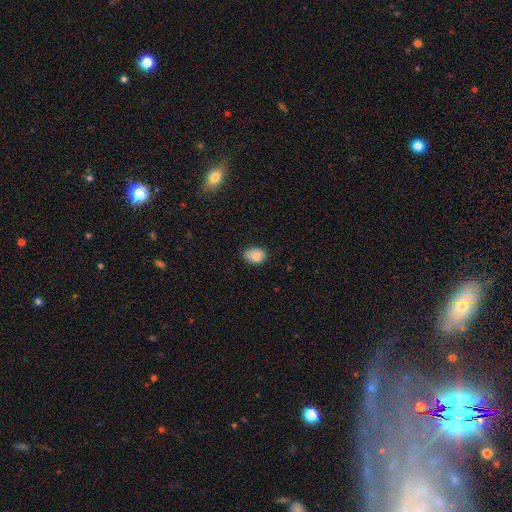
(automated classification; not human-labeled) smooth 86%, star or artifact 8%, featured or disk 6%. Down the decision tree: how rounded — in between (78%); merging — none (70%).